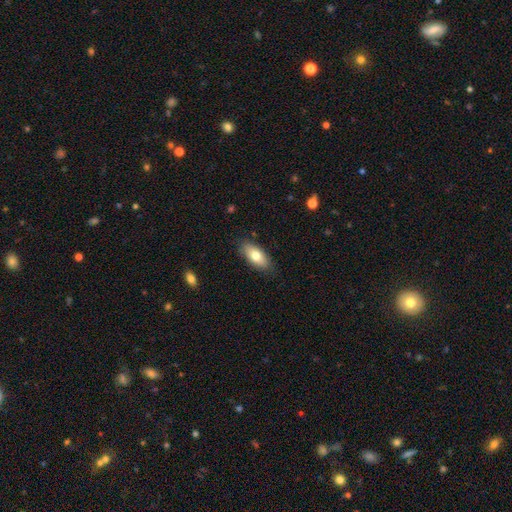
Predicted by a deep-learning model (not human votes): Overall: smooth (76%). How rounded: in between (88%). Merging: none (85%).